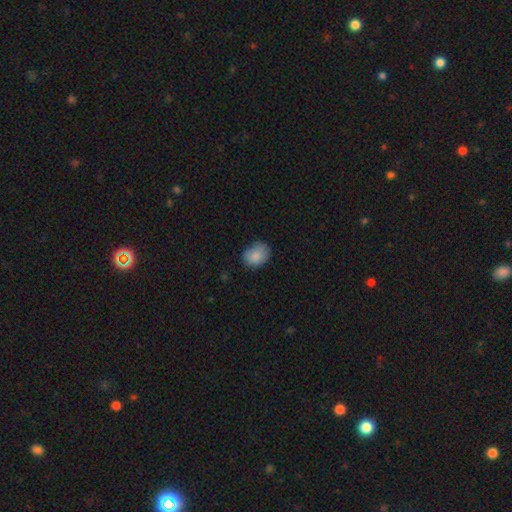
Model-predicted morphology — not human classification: A smooth galaxy with no disk features (86%) that is in between round and cigar-shaped (60%). Merging: none (71%).